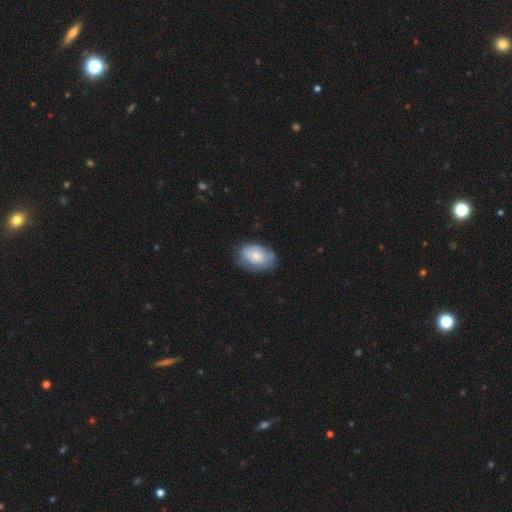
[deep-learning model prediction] smooth-or-featured: smooth: 60% | featured or disk: 33% | star or artifact: 7%
  how-rounded: in between: 84% | round: 15% | cigar-shaped: 1%
  merging: none: 63% | minor disturbance: 27% | major disturbance: 9% | merger: 2%